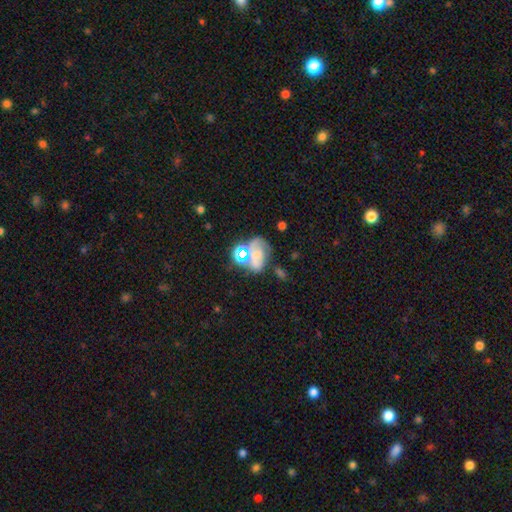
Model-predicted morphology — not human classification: A smooth galaxy with no disk features (45%).

Vote fractions:
- Smooth or featured? smooth: 45% / featured or disk: 33% / star or artifact: 22%
- Merging? none: 31% / merger: 26% / major disturbance: 22% / minor disturbance: 21%